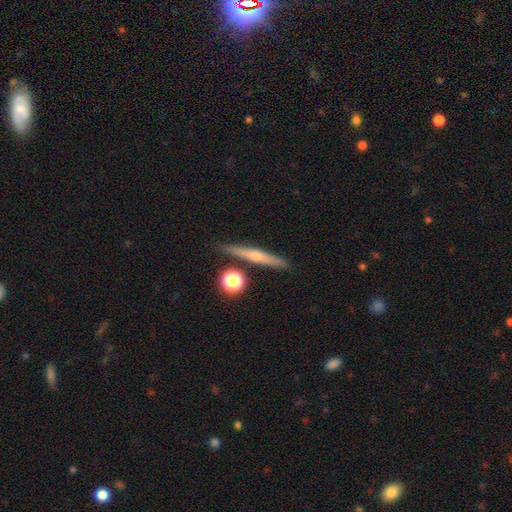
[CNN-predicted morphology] smooth-or-featured: featured or disk: 57% | smooth: 35% | star or artifact: 8%
  disk-edge-on: yes: 96% | no: 4%
    edge-on-bulge: rounded: 71% | none: 24% | boxy: 5%
  merging: none: 86% | minor disturbance: 8% | merger: 4% | major disturbance: 2%